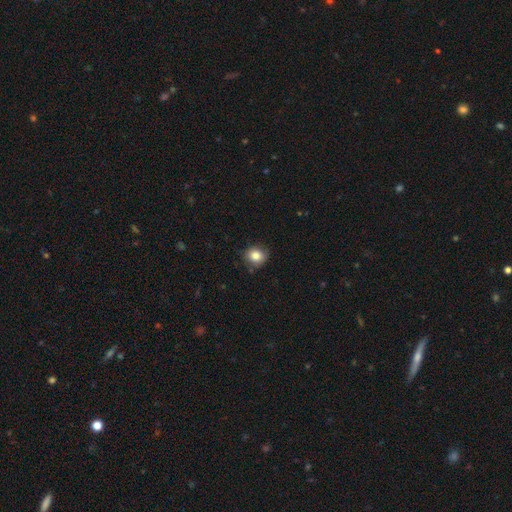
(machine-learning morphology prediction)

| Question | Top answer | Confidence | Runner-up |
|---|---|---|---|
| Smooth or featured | smooth | 83% | star or artifact (10%) |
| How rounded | round | 79% | in between (21%) |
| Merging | none | 80% | minor disturbance (15%) |